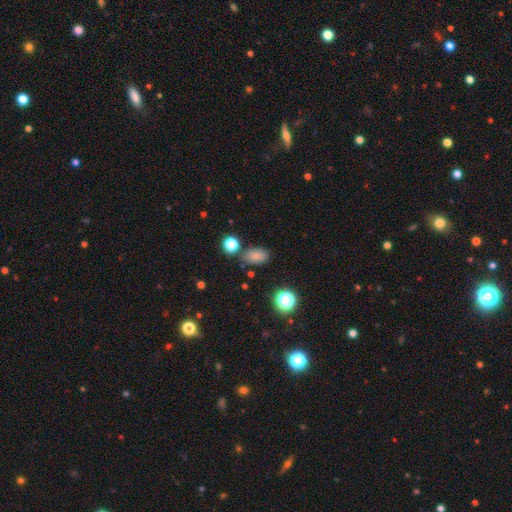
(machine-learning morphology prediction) smooth-or-featured: smooth: 81% | star or artifact: 14% | featured or disk: 6%
  how-rounded: in between: 86% | round: 12% | cigar-shaped: 2%
  merging: none: 75% | minor disturbance: 14% | merger: 6% | major disturbance: 4%